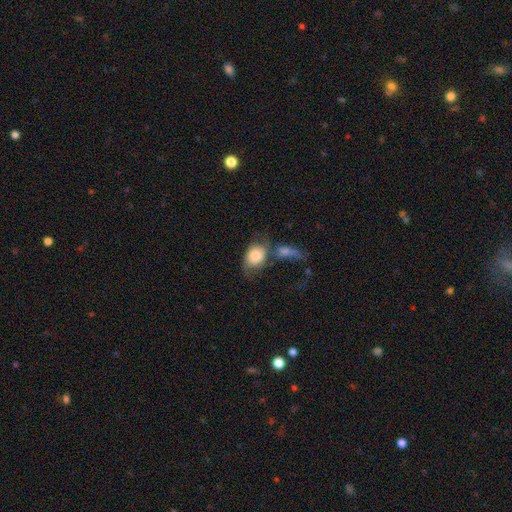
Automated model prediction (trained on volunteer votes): This is likely a smooth galaxy (76%). How rounded: likely in between (71%). Merging: marginally merger (42%).